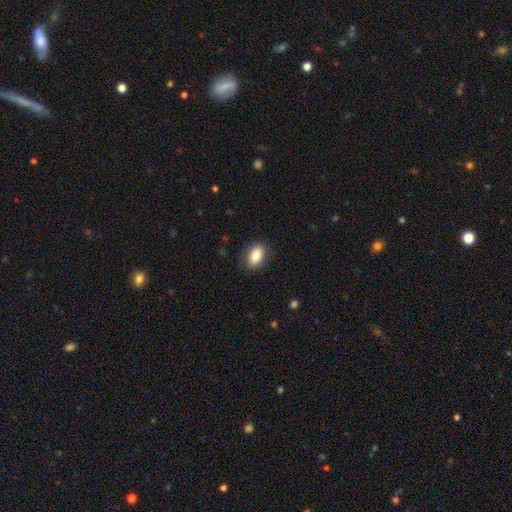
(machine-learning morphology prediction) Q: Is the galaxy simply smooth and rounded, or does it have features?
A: smooth — 85%.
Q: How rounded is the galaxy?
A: in between — 86%.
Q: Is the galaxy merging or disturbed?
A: none — 86%.